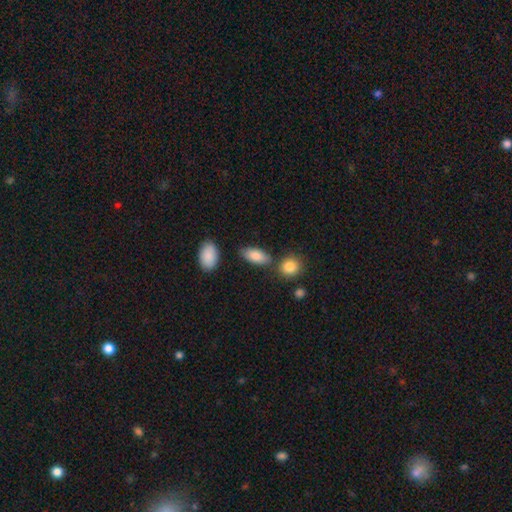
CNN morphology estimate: A smooth galaxy with no disk features (85%) that is in between round and cigar-shaped (87%).

Vote fractions:
- Smooth or featured? smooth: 85% / featured or disk: 8% / star or artifact: 7%
- How rounded? in between: 87% / cigar-shaped: 9% / round: 4%
- Merging? none: 74% / minor disturbance: 12% / merger: 10% / major disturbance: 4%